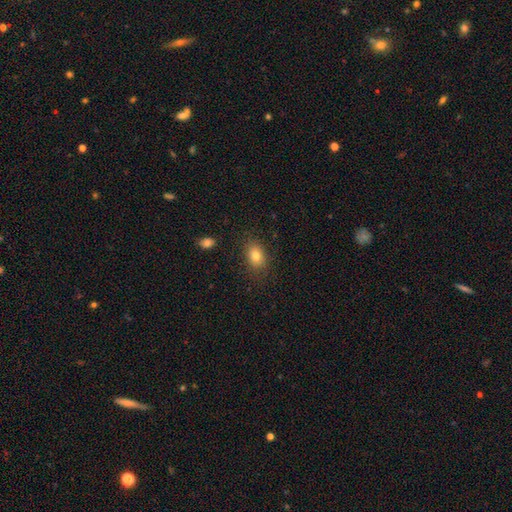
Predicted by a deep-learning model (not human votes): Smooth or featured: smooth — 81% (star or artifact — 10%)
How rounded: in between — 76% (round — 22%)
Merging: none — 84% (minor disturbance — 11%)